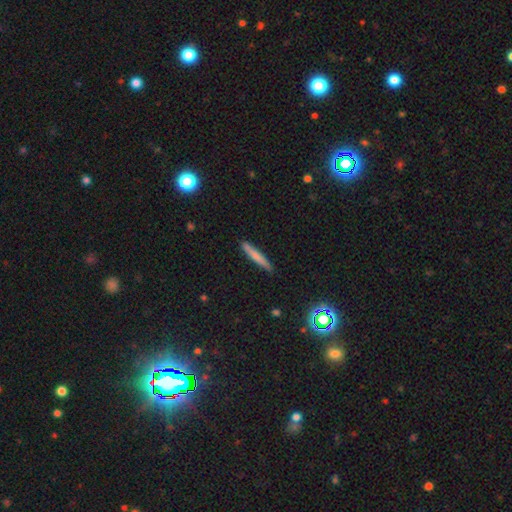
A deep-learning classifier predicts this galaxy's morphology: Smooth or featured?
  - smooth: 70% *
  - featured or disk: 23%
  - star or artifact: 7%
How rounded?
  - cigar-shaped: 95% *
  - in between: 4%
  - round: 1%
Merging?
  - none: 87% *
  - minor disturbance: 10%
  - merger: 2%
  - major disturbance: 2%